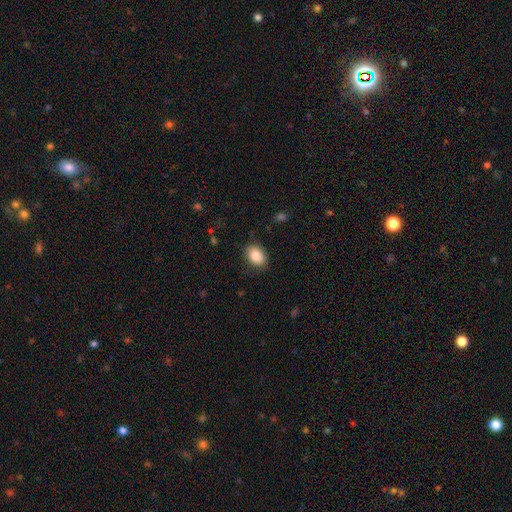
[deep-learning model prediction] Smooth or featured?
  - smooth: 87% *
  - star or artifact: 7%
  - featured or disk: 6%
How rounded?
  - in between: 79% *
  - round: 20%
  - cigar-shaped: 1%
Merging?
  - none: 84% *
  - minor disturbance: 12%
  - major disturbance: 3%
  - merger: 1%